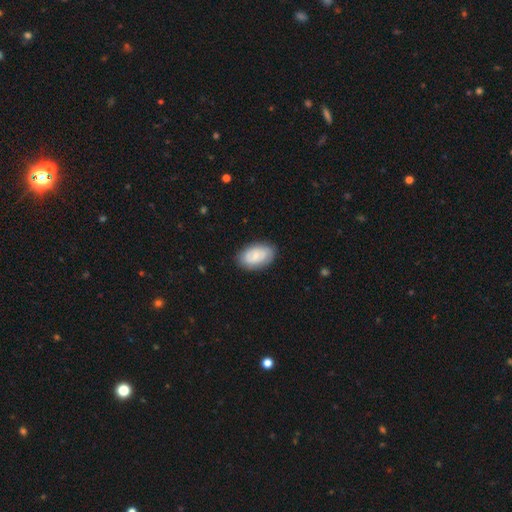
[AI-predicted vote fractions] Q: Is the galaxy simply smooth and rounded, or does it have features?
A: smooth — 48%.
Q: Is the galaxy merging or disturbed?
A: none — 82%.